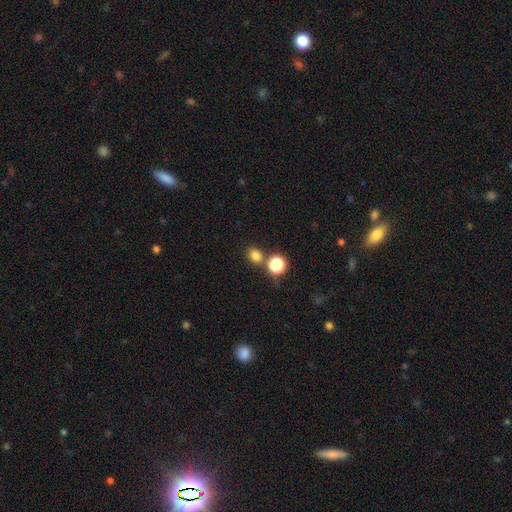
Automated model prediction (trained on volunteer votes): This appears to be a smooth galaxy with no disk features (78%) that is round (63%). Merging: none (71%).